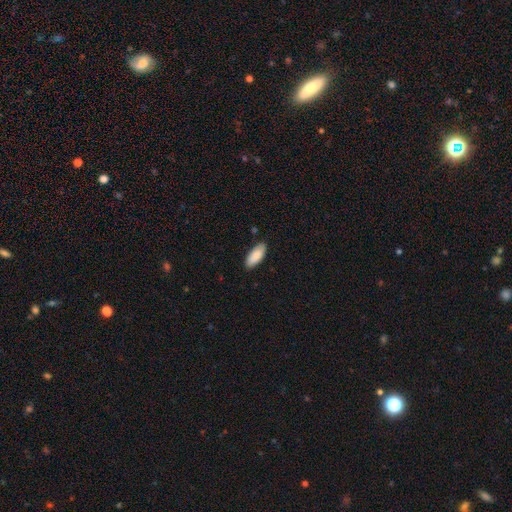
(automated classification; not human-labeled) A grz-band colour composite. It shows a smooth galaxy with no disk features (88%) that is in between round and cigar-shaped (82%). Merging: none (85%).